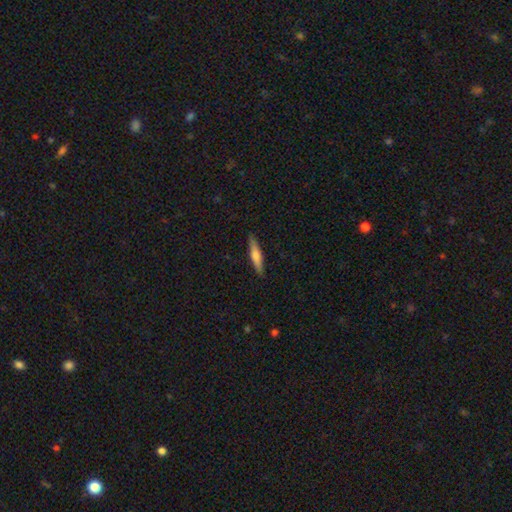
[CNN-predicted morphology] smooth 63%, featured or disk 31%, star or artifact 6%. Down the decision tree: how rounded — cigar-shaped (85%); merging — none (89%).